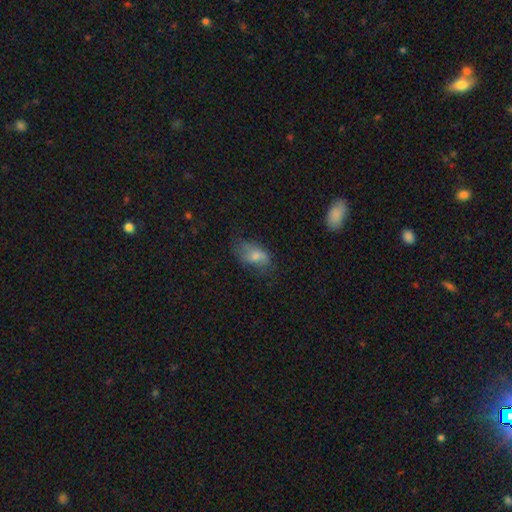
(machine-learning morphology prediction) smooth-or-featured: smooth: 64% | featured or disk: 27% | star or artifact: 10%
  how-rounded: in between: 89% | round: 8% | cigar-shaped: 4%
  merging: none: 51% | minor disturbance: 30% | major disturbance: 17% | merger: 2%